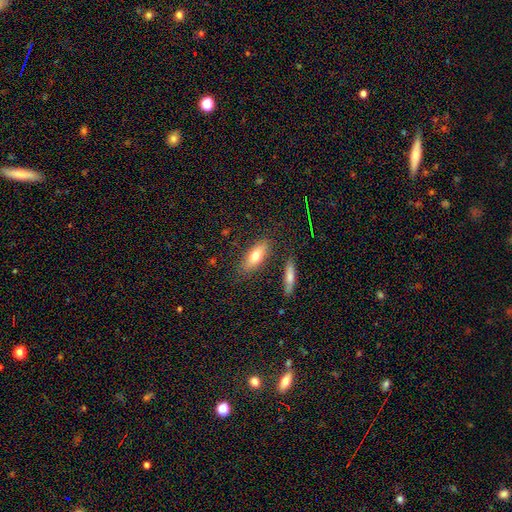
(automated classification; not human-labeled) smooth_or_featured: smooth (p=0.69) [alt: featured or disk p=0.23]
how_rounded: in between (p=0.66) [alt: cigar-shaped p=0.30]
merging: none (p=0.81) [alt: minor disturbance p=0.11]